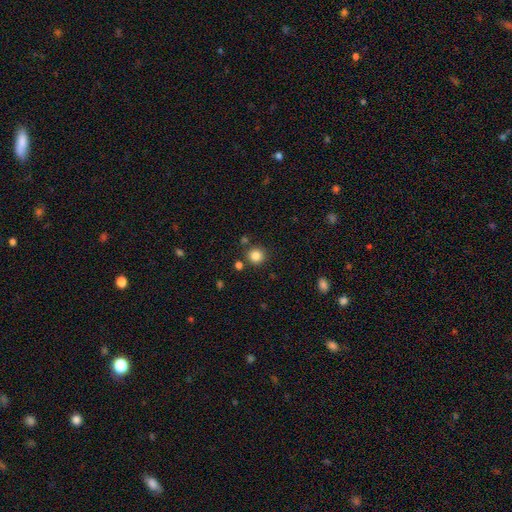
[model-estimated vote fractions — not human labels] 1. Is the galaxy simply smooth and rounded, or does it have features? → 84% smooth, 12% star or artifact, 5% featured or disk.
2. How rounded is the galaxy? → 92% round, 7% in between, 1% cigar-shaped.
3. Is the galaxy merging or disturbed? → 85% none, 7% minor disturbance, 6% merger, 3% major disturbance.